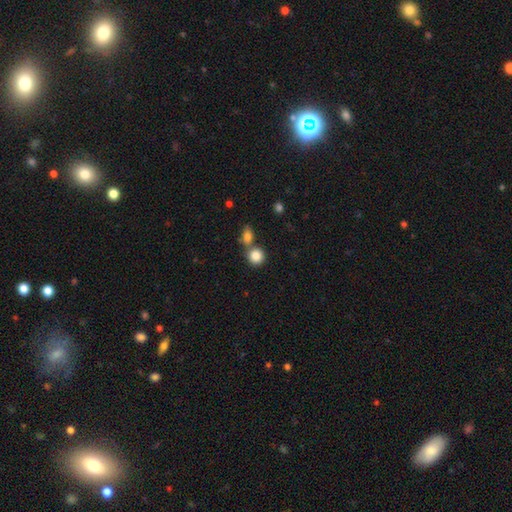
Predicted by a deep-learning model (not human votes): The model was most divided on "merging": none: 58%, merger: 31%, minor disturbance: 8%, major disturbance: 3%. More confident: how rounded — round (86%); smooth or featured — smooth (85%).